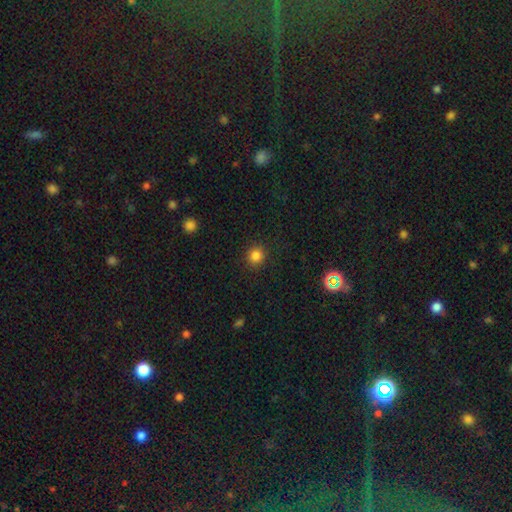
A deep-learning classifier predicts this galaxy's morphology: This appears to be a smooth galaxy with no disk features (84%) that is round (88%). Merging: none (90%).